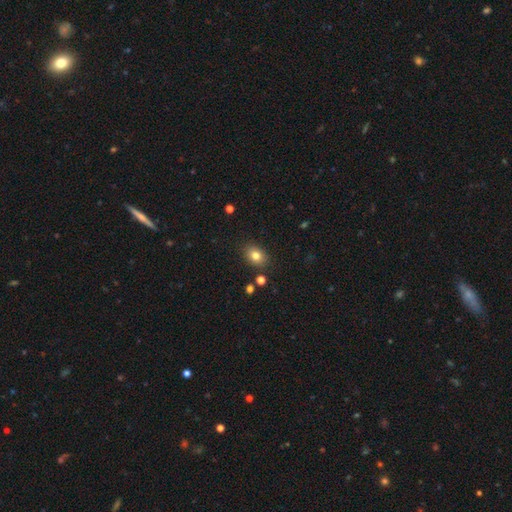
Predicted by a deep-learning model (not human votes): Morphology: type=smooth (80%); roundness=in between (68%); merging=none (85%).